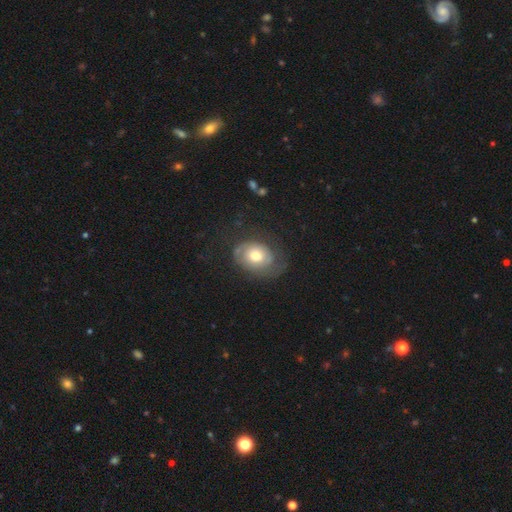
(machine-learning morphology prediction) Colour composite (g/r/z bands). It shows a featured or disk galaxy (49%). Merging: none (55%).